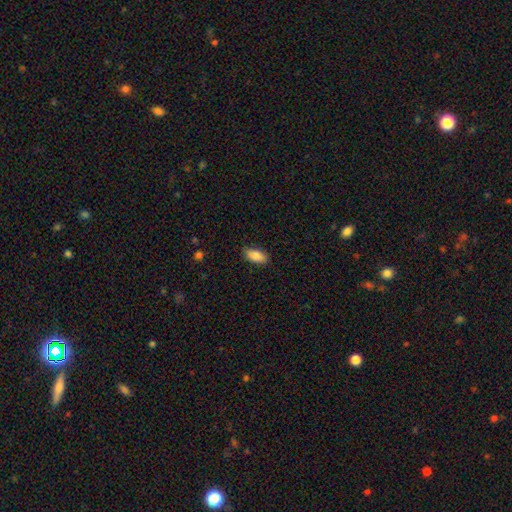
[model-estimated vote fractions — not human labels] This is clearly a smooth galaxy (86%). How rounded: clearly in between (90%). Merging: clearly none (84%).